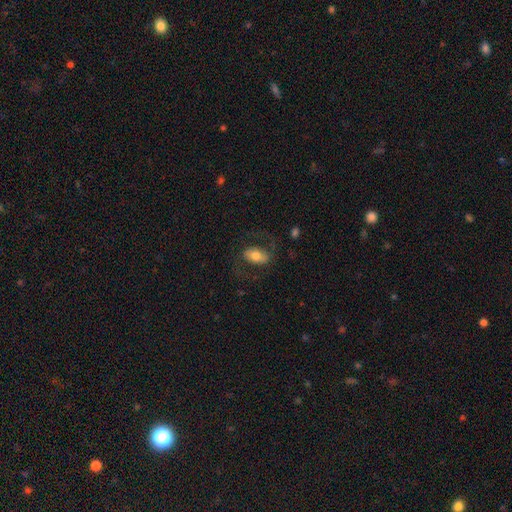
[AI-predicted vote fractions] Smooth or featured?
  - smooth: 53% *
  - featured or disk: 40%
  - star or artifact: 7%
How rounded?
  - in between: 89% *
  - round: 9%
  - cigar-shaped: 2%
Merging?
  - none: 68% *
  - major disturbance: 16%
  - minor disturbance: 15%
  - merger: 2%